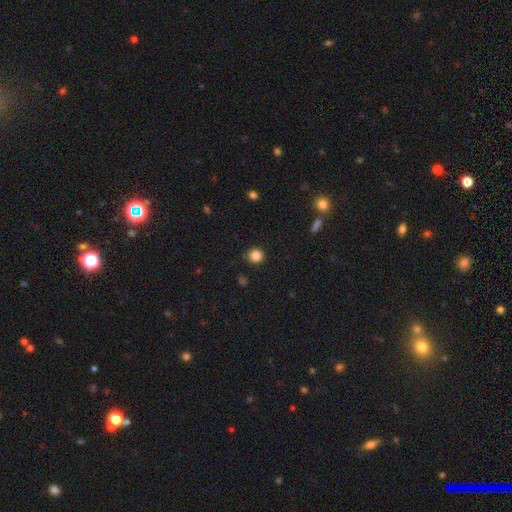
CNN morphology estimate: This appears to be a smooth galaxy with no disk features (85%) that is round (91%). Merging: none (88%).